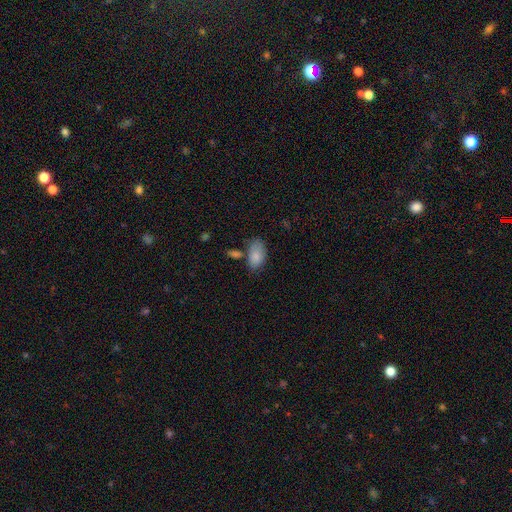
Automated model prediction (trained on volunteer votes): Smooth or featured? Predicted: smooth (p=0.85). How rounded? Predicted: in between (p=0.93). Merging? Predicted: none (p=0.55).